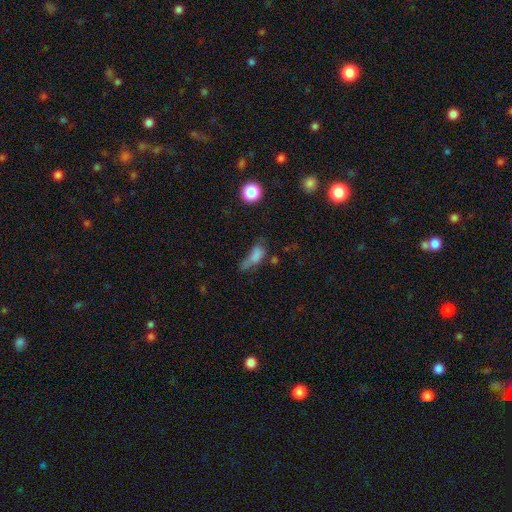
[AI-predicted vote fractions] Overall: smooth (70%). How rounded: in between (66%). Merging: major disturbance (34%; none 27%).